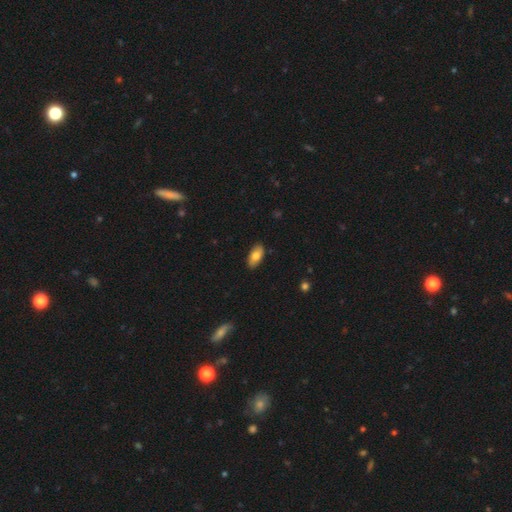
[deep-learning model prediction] Smooth or featured? Predicted: smooth (p=0.79). How rounded? Predicted: in between (p=0.91). Merging? Predicted: none (p=0.88).